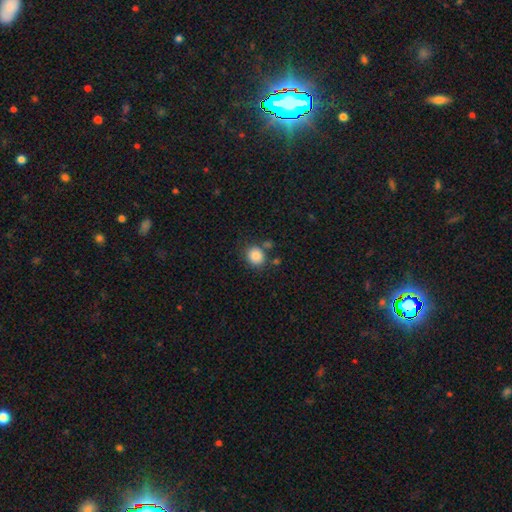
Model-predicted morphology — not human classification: This is clearly a smooth galaxy (86%). How rounded: likely round (77%). Merging: likely none (75%).